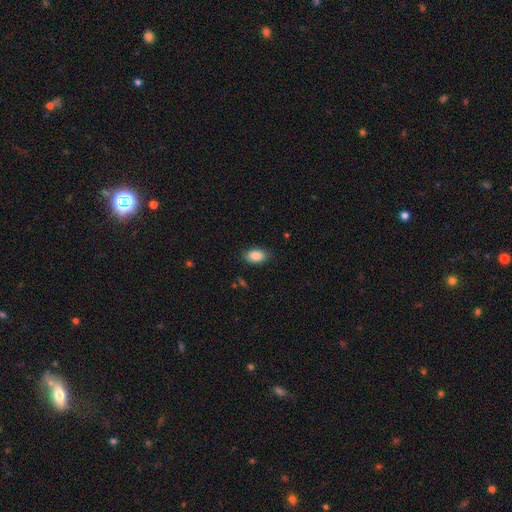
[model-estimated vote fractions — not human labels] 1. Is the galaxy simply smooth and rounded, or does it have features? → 87% smooth, 7% star or artifact, 5% featured or disk.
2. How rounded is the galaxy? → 89% in between, 9% round, 2% cigar-shaped.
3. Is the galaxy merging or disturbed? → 82% none, 14% minor disturbance, 3% major disturbance, 1% merger.